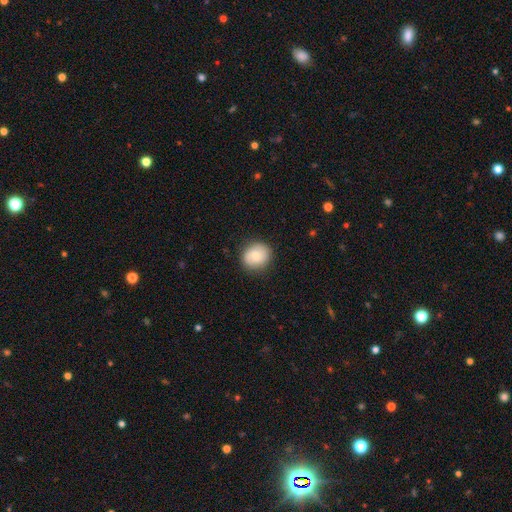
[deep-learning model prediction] smooth 65%, featured or disk 28%, star or artifact 7%. Down the decision tree: how rounded — round (79%); merging — none (86%).